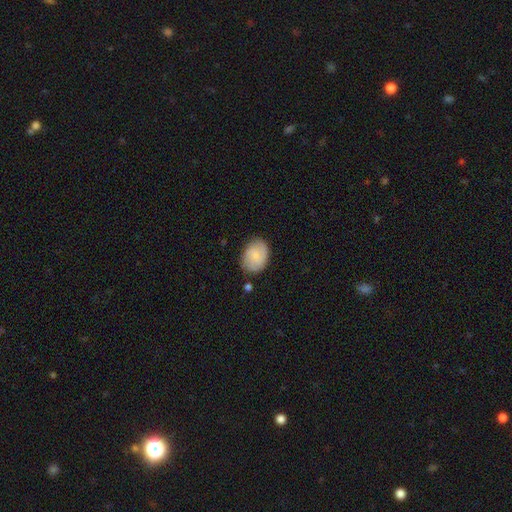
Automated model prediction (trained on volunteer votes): Morphology: type=smooth (58%); roundness=in between (65%); merging=none (77%).